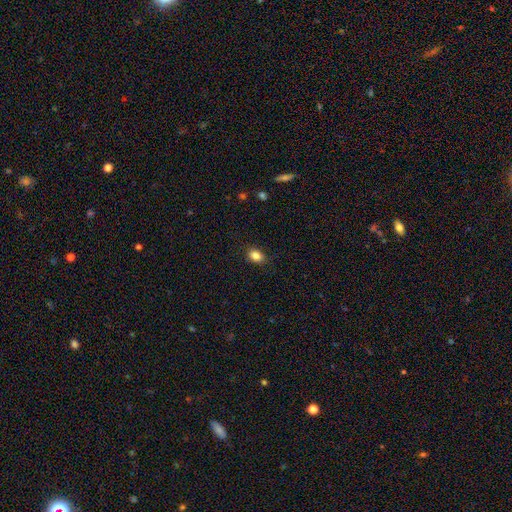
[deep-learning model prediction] Smooth or featured?
  - smooth: 85% *
  - star or artifact: 10%
  - featured or disk: 5%
How rounded?
  - in between: 70% *
  - round: 29%
  - cigar-shaped: 1%
Merging?
  - none: 87% *
  - minor disturbance: 10%
  - major disturbance: 2%
  - merger: 1%